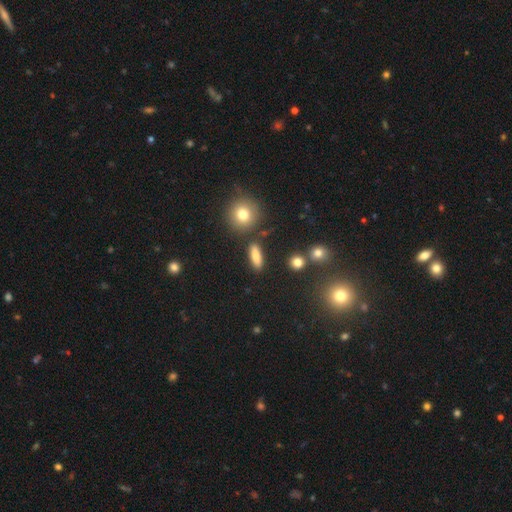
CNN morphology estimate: This is likely a smooth galaxy (77%). How rounded: possibly cigar-shaped (50%). Merging: clearly none (85%).